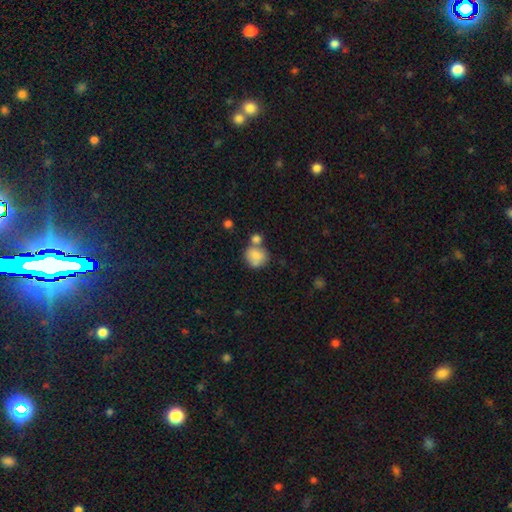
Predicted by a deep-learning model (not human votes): Q: Smooth or featured?
A: smooth (77%); runner-up: featured or disk (14%)
Q: How rounded?
A: round (74%); runner-up: in between (25%)
Q: Merging?
A: none (40%); runner-up: merger (38%)